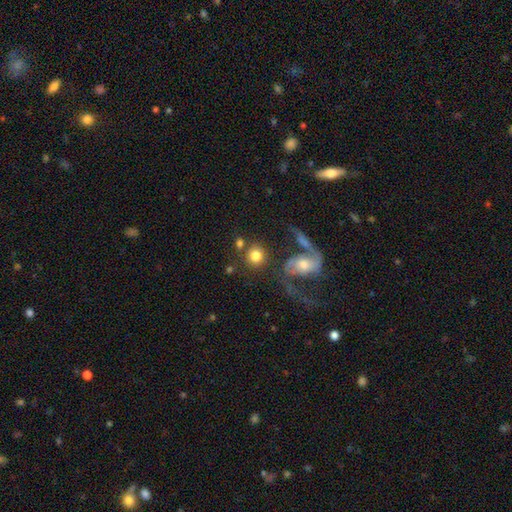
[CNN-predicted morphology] Smooth or featured? smooth (76%)
How rounded? round (88%)
Merging? none (63%)